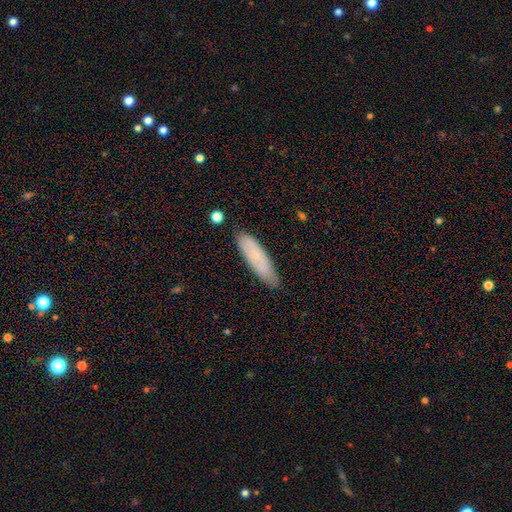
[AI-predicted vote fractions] Overall: smooth (70%). How rounded: cigar-shaped (62%; in between 37%). Merging: none (76%).